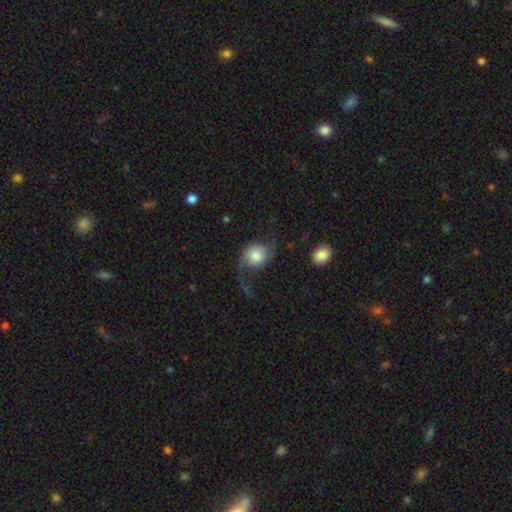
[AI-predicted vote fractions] Smooth or featured?
  - featured or disk: 66% *
  - smooth: 27%
  - star or artifact: 7%
Edge-on disk?
  - no: 97% *
  - yes: 3%
Bar?
  - no: 73% *
  - weak: 23%
  - strong: 4%
Spiral arms?
  - yes: 93% *
  - no: 7%
Spiral winding?
  - loose: 80% *
  - medium: 16%
  - tight: 4%
Spiral arm count?
  - 2: 86% *
  - 1: 9%
  - can't tell: 2%
  - 3: 1%
  - 4: 1%
  - more than 4: 1%
Bulge size?
  - moderate: 33% * (tied)
  - large: 33% * (tied)
  - dominant: 16%
  - small: 13%
  - none: 5%
Merging?
  - none: 51% *
  - major disturbance: 27%
  - minor disturbance: 19%
  - merger: 3%